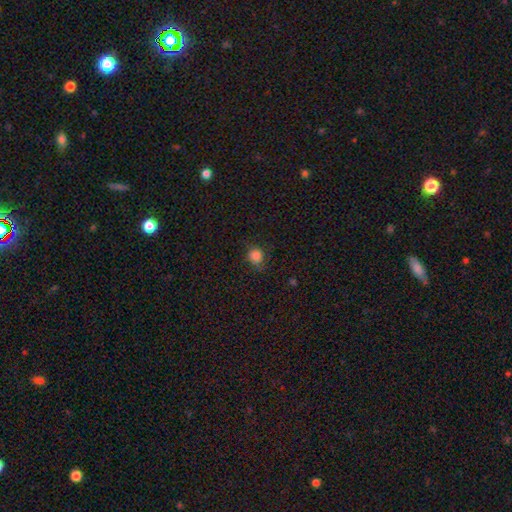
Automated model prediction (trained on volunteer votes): Smooth or featured? Predicted: smooth (p=0.84). How rounded? Predicted: round (p=0.84). Merging? Predicted: none (p=0.77).